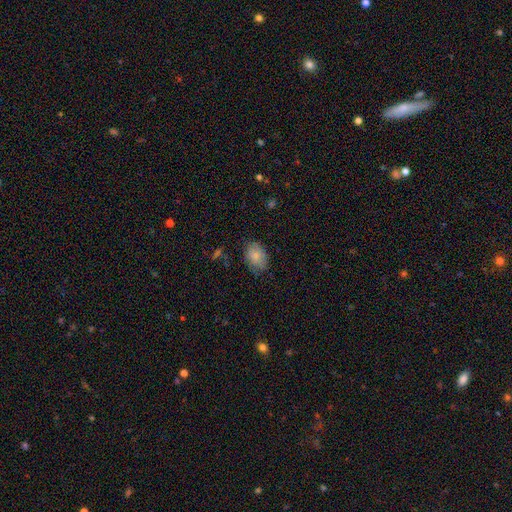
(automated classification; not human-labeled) The model was most divided on "merging": none: 72%, minor disturbance: 22%, major disturbance: 5%, merger: 1%. More confident: smooth or featured — smooth (80%); how rounded — in between (80%).